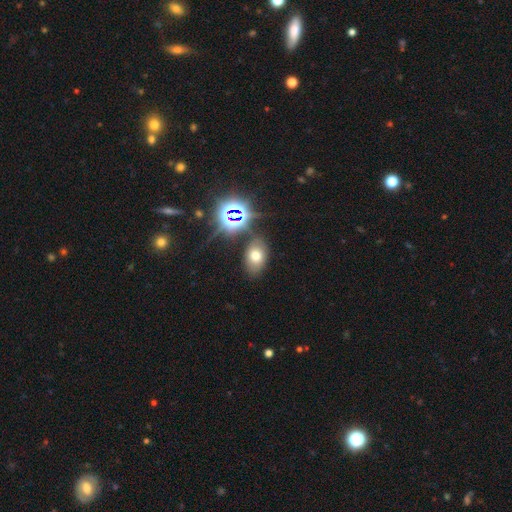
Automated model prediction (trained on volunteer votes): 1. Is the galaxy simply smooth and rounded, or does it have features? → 59% smooth, 27% star or artifact, 15% featured or disk.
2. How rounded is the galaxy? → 83% in between, 15% round, 1% cigar-shaped.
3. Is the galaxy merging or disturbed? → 77% none, 13% minor disturbance, 5% major disturbance, 4% merger.